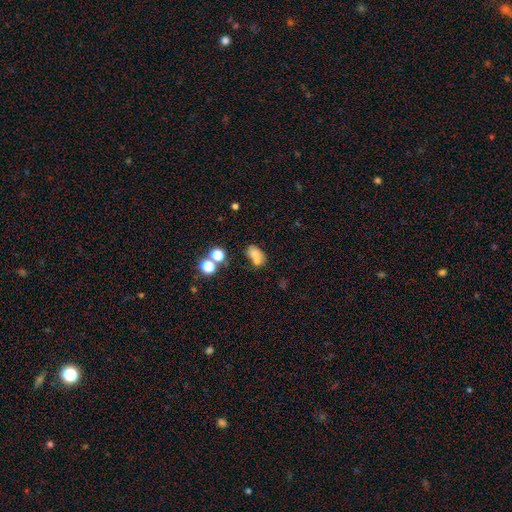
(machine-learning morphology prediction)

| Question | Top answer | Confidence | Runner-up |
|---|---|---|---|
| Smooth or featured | smooth | 69% | star or artifact (16%) |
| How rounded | in between | 80% | round (18%) |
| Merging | none | 39% | merger (33%) |